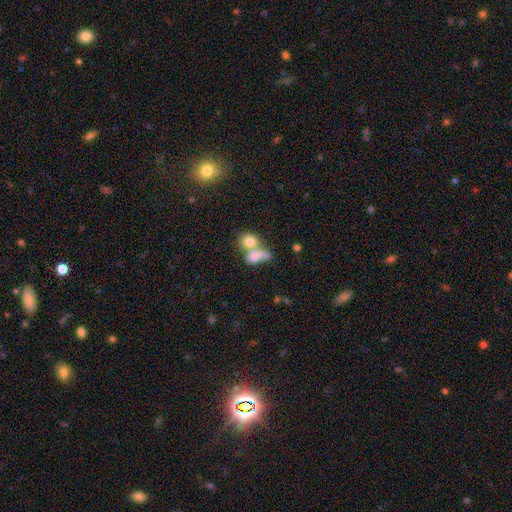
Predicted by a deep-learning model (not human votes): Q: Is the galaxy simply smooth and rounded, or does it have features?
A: smooth — 74%.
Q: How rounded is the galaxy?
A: in between — 67%.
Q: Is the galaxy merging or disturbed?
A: merger — 60%.